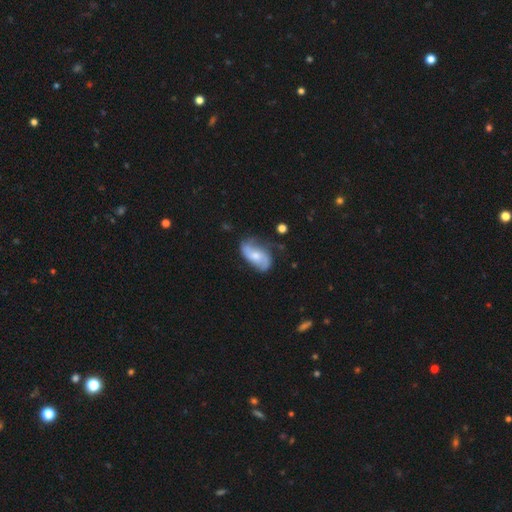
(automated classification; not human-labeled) Smooth or featured?
  - featured or disk: 64% *
  - smooth: 29%
  - star or artifact: 7%
Edge-on disk?
  - no: 95% *
  - yes: 5%
Bar?
  - no: 62% *
  - weak: 31%
  - strong: 7%
Spiral arms?
  - yes: 88% *
  - no: 12%
Spiral winding?
  - loose: 47% *
  - medium: 37%
  - tight: 16%
Spiral arm count?
  - 2: 76% *
  - can't tell: 12%
  - 3: 6%
  - 1: 4%
  - 4: 2%
  - more than 4: 1%
Bulge size?
  - moderate: 49% *
  - small: 36%
  - large: 7%
  - none: 7%
  - dominant: 1%
Merging?
  - none: 56% *
  - minor disturbance: 27%
  - major disturbance: 13%
  - merger: 4%